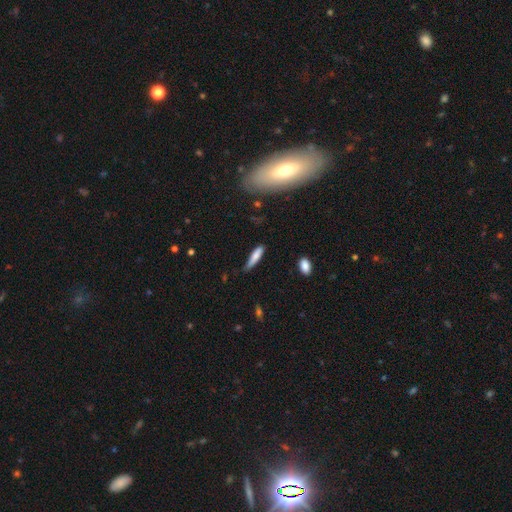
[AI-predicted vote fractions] The model was most divided on "merging": none: 55%, minor disturbance: 35%, major disturbance: 8%, merger: 3%. More confident: smooth or featured — smooth (75%); how rounded — cigar-shaped (74%).